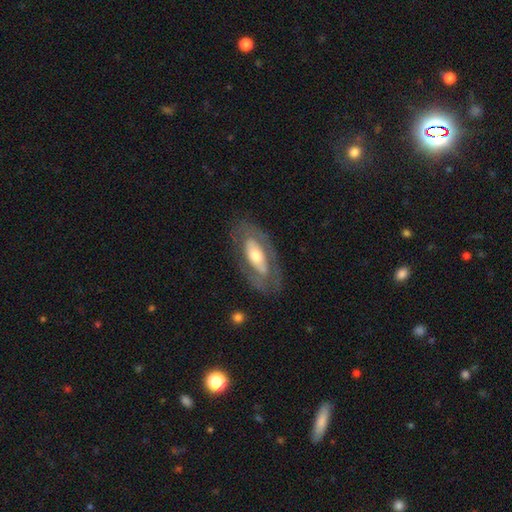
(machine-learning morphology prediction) smooth_or_featured: featured or disk (p=0.62) [alt: smooth p=0.33]
disk_edge_on: no (p=0.84) [alt: yes p=0.16]
bar: no (p=0.63) [alt: weak p=0.20]
has_spiral_arms: no (p=0.67) [alt: yes p=0.33]
bulge_size: moderate (p=0.57) [alt: large p=0.23]
merging: none (p=0.75) [alt: minor disturbance p=0.15]